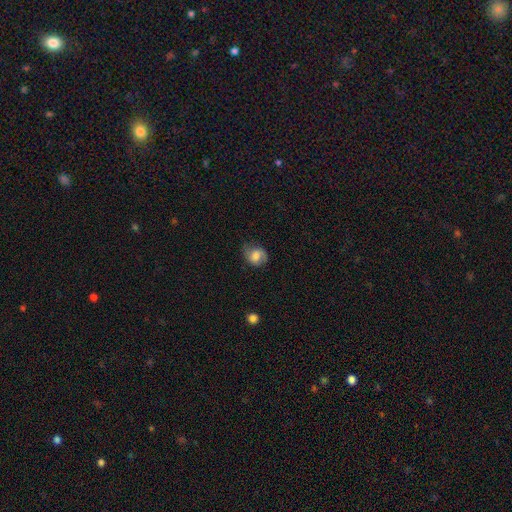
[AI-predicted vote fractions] Smooth or featured? Predicted: smooth (p=0.55). How rounded? Predicted: round (p=0.55). Merging? Predicted: none (p=0.62).